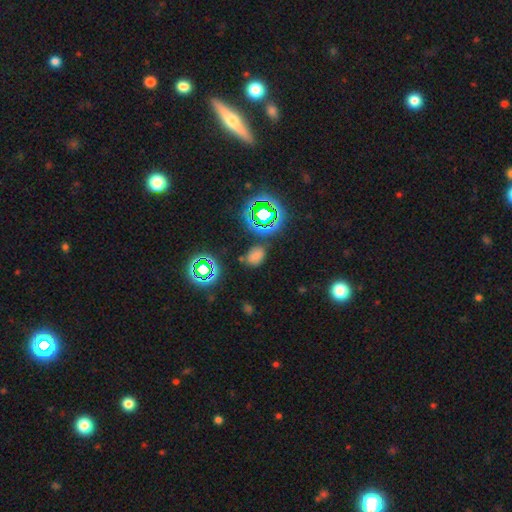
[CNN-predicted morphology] Smooth or featured? smooth (60%)
How rounded? in between (69%)
Merging? none (76%)